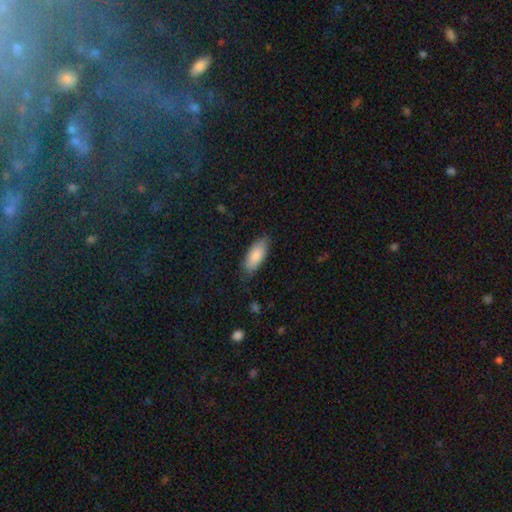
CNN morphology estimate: Q: Smooth or featured?
A: smooth (84%); runner-up: featured or disk (10%)
Q: How rounded?
A: in between (82%); runner-up: cigar-shaped (16%)
Q: Merging?
A: none (76%); runner-up: minor disturbance (18%)